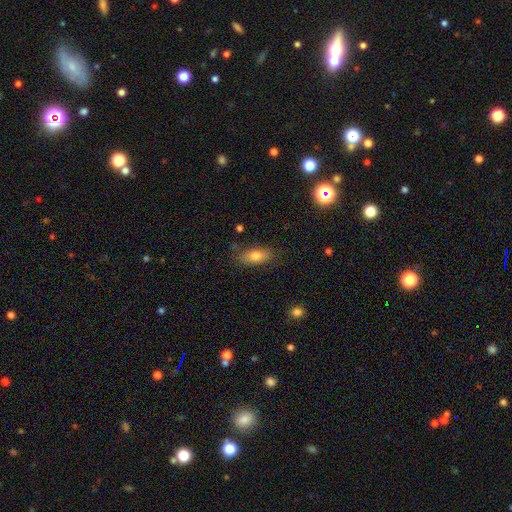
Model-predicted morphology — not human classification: type=smooth (77%); roundness=in between (79%); merging=none (81%).